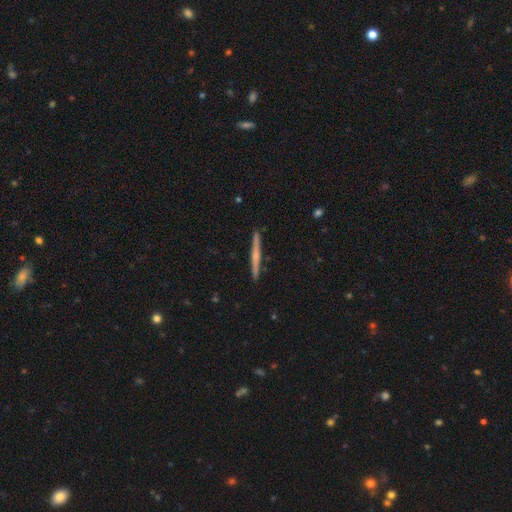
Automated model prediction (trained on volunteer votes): This appears to be a featured or disk galaxy (60%) viewed edge-on (98%) with no central bulge (47%). Merging: none (92%).